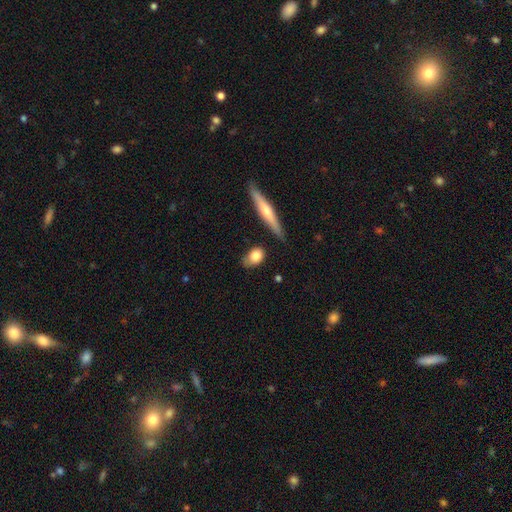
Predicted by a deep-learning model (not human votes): A smooth galaxy with no disk features (80%) that is in between round and cigar-shaped (68%).

Vote fractions:
- Smooth or featured? smooth: 80% / featured or disk: 14% / star or artifact: 6%
- How rounded? in between: 68% / round: 24% / cigar-shaped: 9%
- Merging? none: 65% / minor disturbance: 25% / major disturbance: 6% / merger: 5%